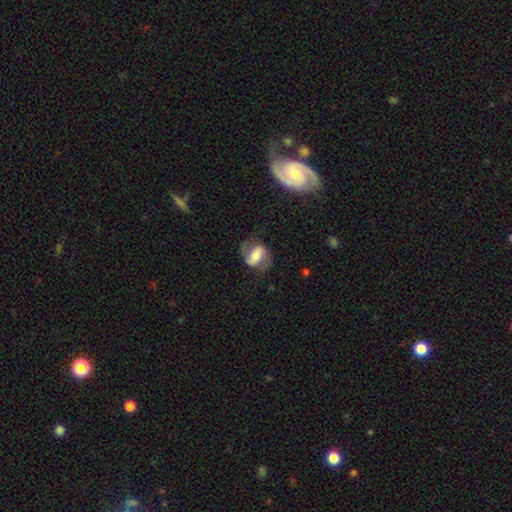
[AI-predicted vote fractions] A featured or disk galaxy (66%) with a strong bar (45%), 2 (89%) medium (47%) spiral arms (86%) and a moderate central bulge (52%).

Vote fractions:
- Smooth or featured? featured or disk: 66% / smooth: 27% / star or artifact: 7%
- Edge-on disk? no: 96% / yes: 4%
- Bar? strong: 45% / weak: 35% / no: 20%
- Spiral arms? yes: 86% / no: 14%
- Spiral winding? medium: 47% / loose: 33% / tight: 19%
- Spiral arm count? 2: 89% / can't tell: 5% / 1: 3% / 3: 1% / 4: 1% / more than 4: 1%
- Bulge size? moderate: 52% / small: 21% / large: 20% / none: 4% / dominant: 3%
- Merging? none: 69% / minor disturbance: 18% / major disturbance: 11% / merger: 1%